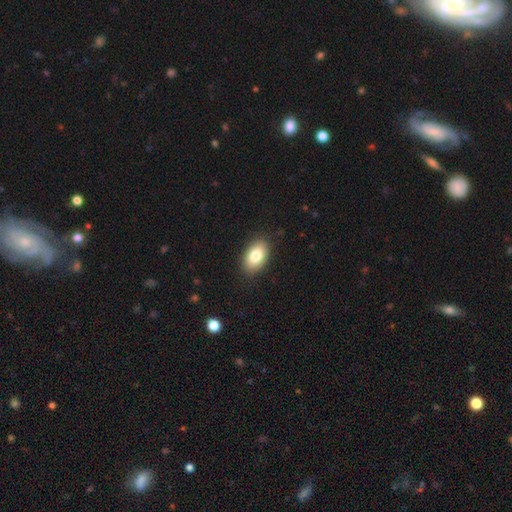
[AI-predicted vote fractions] smooth-or-featured: smooth: 83% | featured or disk: 10% | star or artifact: 7%
  how-rounded: in between: 92% | round: 6% | cigar-shaped: 1%
  merging: none: 88% | minor disturbance: 9% | major disturbance: 2% | merger: 1%